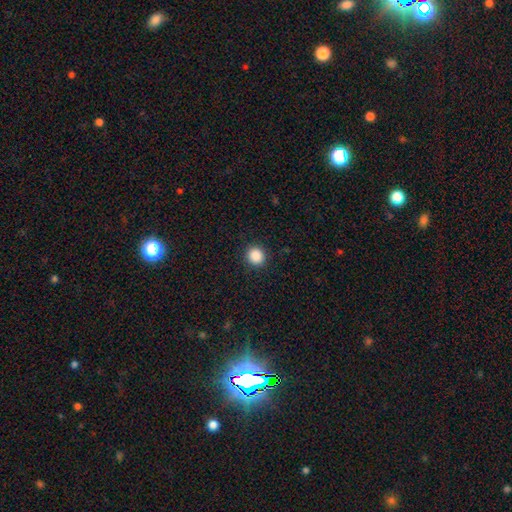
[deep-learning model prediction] Smooth or featured? Predicted: smooth (p=0.88). How rounded? Predicted: round (p=0.91). Merging? Predicted: none (p=0.91).